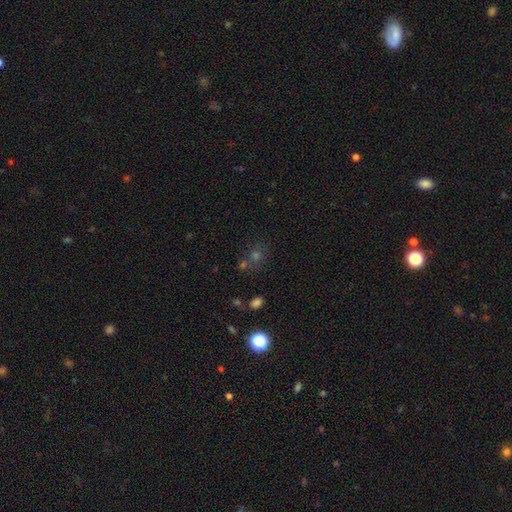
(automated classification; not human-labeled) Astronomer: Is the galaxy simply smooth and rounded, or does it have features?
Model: smooth — 50% (runner-up: star or artifact, 39%).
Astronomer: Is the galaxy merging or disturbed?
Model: none — 62%.